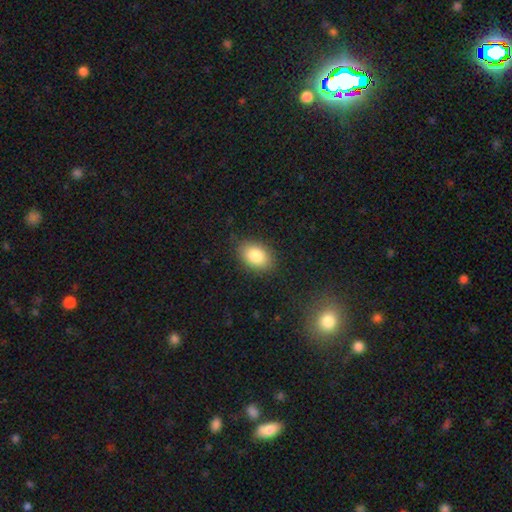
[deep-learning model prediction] Smooth or featured? smooth (84%)
How rounded? in between (83%)
Merging? none (84%)